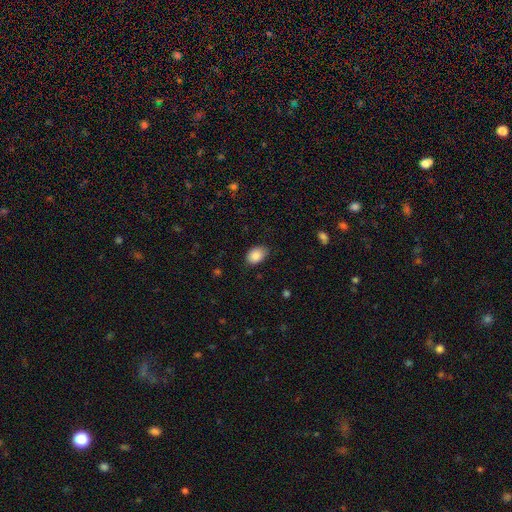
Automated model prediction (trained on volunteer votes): Q: Smooth or featured?
A: smooth (87%); runner-up: star or artifact (8%)
Q: How rounded?
A: in between (77%); runner-up: round (22%)
Q: Merging?
A: none (76%); runner-up: minor disturbance (19%)